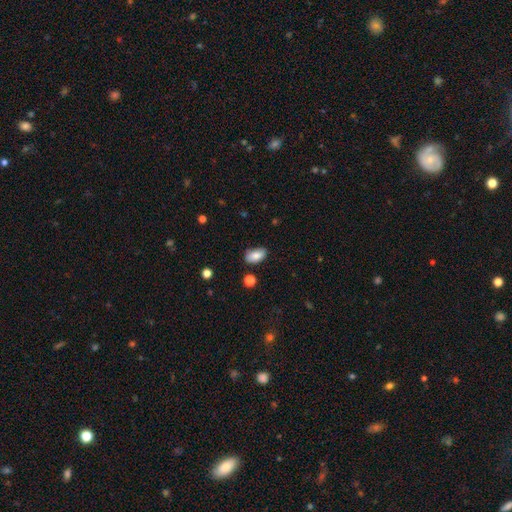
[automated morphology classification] Overall: smooth (83%). How rounded: in between (93%). Merging: none (79%).